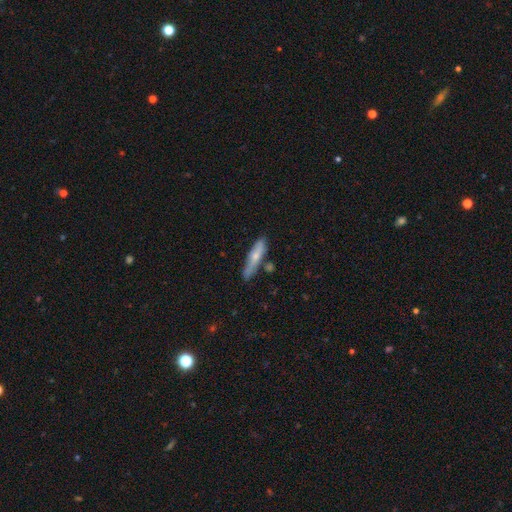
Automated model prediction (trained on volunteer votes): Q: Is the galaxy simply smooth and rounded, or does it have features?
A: smooth — 61%.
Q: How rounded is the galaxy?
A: cigar-shaped — 82%.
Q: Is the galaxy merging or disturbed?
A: none — 70%.